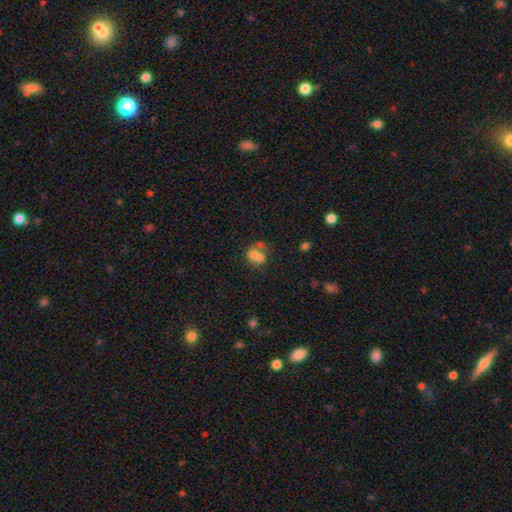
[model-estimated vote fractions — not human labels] smooth_or_featured: smooth (p=0.63) [alt: featured or disk p=0.25]
how_rounded: round (p=0.59) [alt: in between p=0.40]
merging: merger (p=0.58) [alt: none p=0.26]